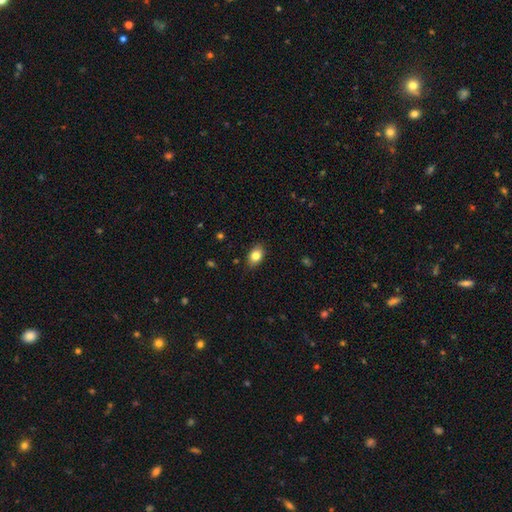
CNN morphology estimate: Smooth or featured: smooth — 83% (featured or disk — 9%)
How rounded: in between — 82% (round — 16%)
Merging: none — 85% (minor disturbance — 12%)